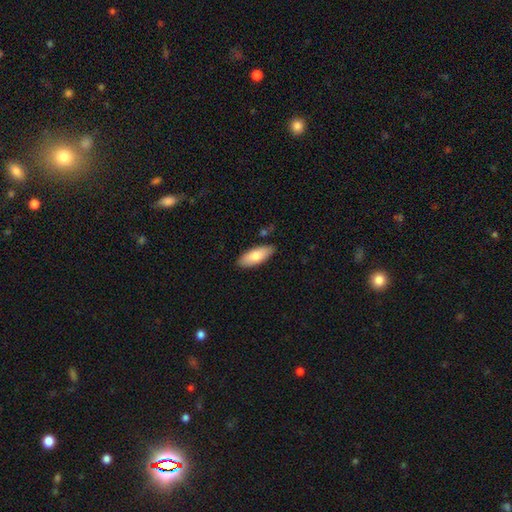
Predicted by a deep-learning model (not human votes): smooth_or_featured: smooth (p=0.78) [alt: featured or disk p=0.16]
how_rounded: in between (p=0.79) [alt: cigar-shaped p=0.19]
merging: none (p=0.86) [alt: minor disturbance p=0.10]